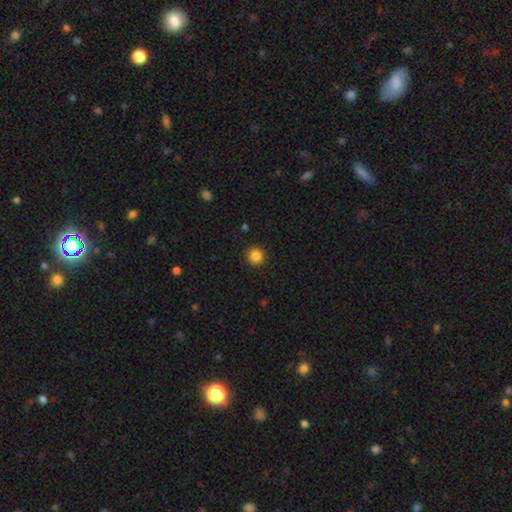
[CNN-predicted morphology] smooth_or_featured: smooth (p=0.85) [alt: star or artifact p=0.11]
how_rounded: round (p=0.94) [alt: in between p=0.05]
merging: none (p=0.92) [alt: minor disturbance p=0.05]